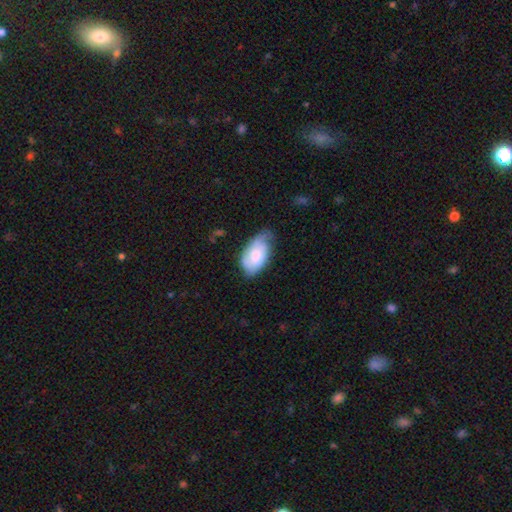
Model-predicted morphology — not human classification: Smooth or featured: smooth — 56% (featured or disk — 38%)
How rounded: in between — 93% (round — 4%)
Merging: none — 45% (minor disturbance — 40%)